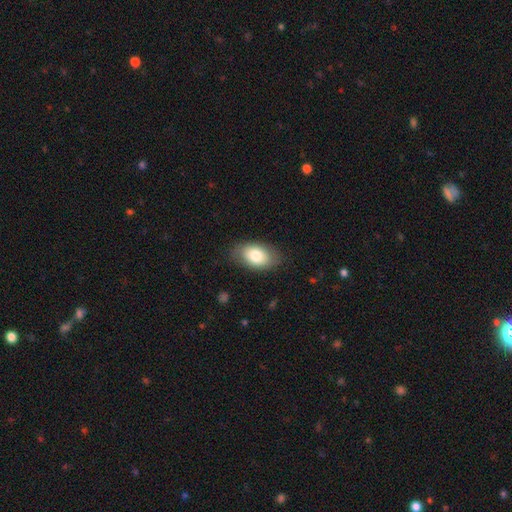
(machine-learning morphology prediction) type=smooth (79%); roundness=in between (91%); merging=none (80%).